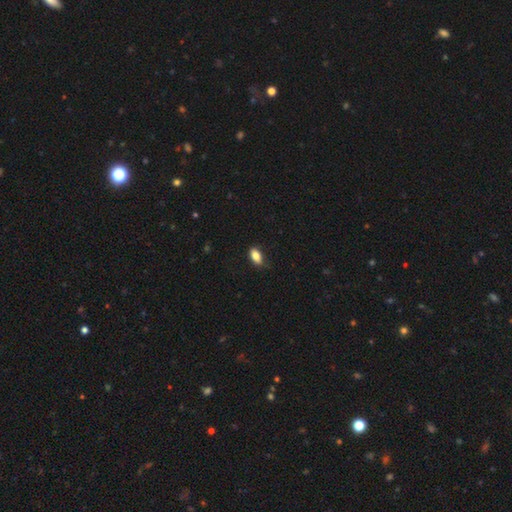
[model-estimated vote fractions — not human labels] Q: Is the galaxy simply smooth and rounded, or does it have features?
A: smooth — 83%.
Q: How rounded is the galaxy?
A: in between — 88%.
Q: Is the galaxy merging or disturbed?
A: none — 70%.